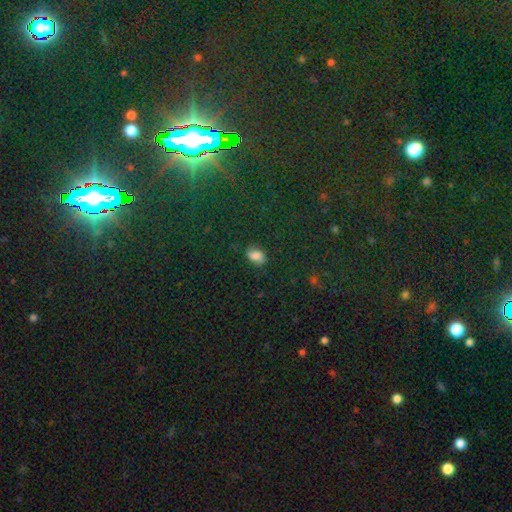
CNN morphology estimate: Q: Smooth or featured?
A: smooth (75%); runner-up: star or artifact (13%)
Q: How rounded?
A: in between (84%); runner-up: round (14%)
Q: Merging?
A: none (73%); runner-up: minor disturbance (20%)